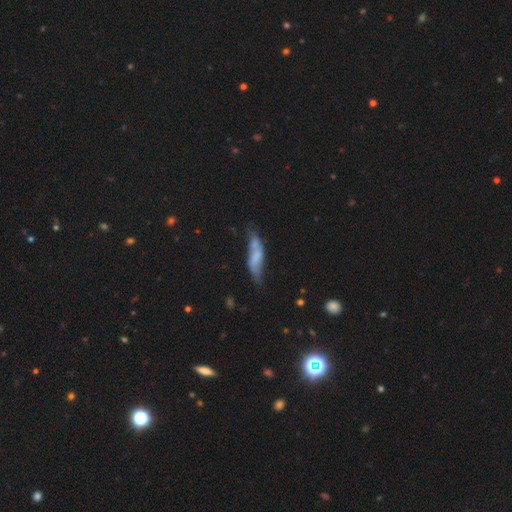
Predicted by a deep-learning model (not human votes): smooth 47%, featured or disk 44%, star or artifact 9%. Down the decision tree: merging — none (40%).